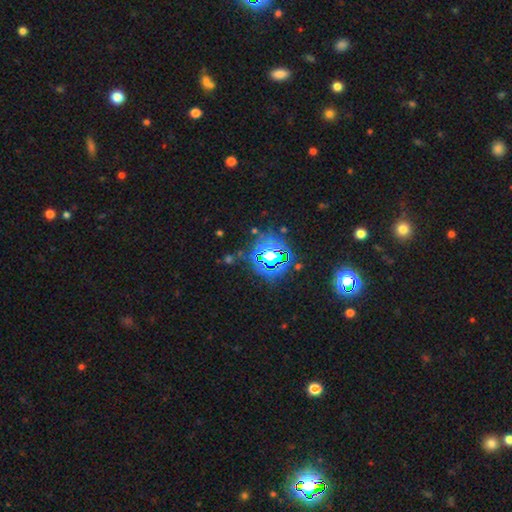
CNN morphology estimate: Smooth or featured? Predicted: star or artifact (p=0.78).